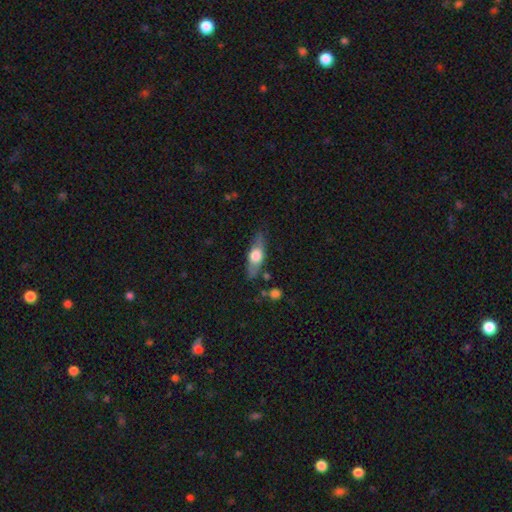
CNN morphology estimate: smooth_or_featured: featured or disk (p=0.48) [alt: smooth p=0.46]
merging: none (p=0.78) [alt: minor disturbance p=0.15]